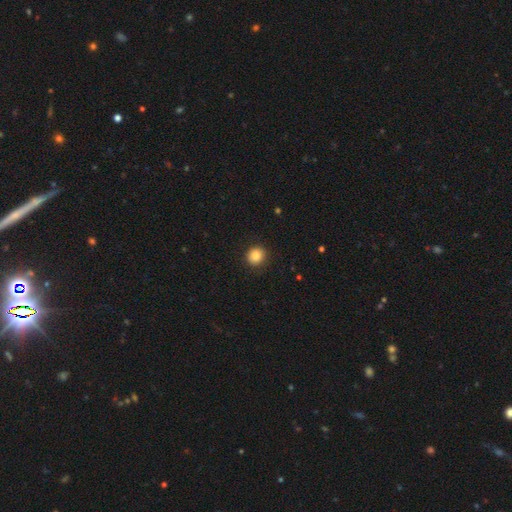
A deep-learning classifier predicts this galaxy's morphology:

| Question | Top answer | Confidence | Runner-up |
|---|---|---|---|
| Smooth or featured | smooth | 86% | star or artifact (10%) |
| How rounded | round | 88% | in between (11%) |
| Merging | none | 89% | minor disturbance (7%) |